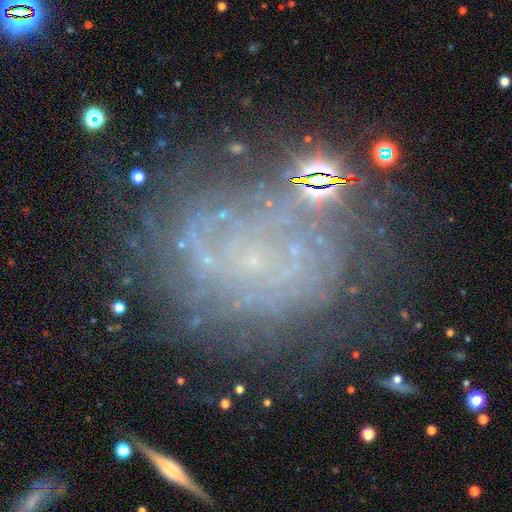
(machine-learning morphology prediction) Smooth or featured?
  - featured or disk: 60% *
  - star or artifact: 21%
  - smooth: 19%
Edge-on disk?
  - no: 97% *
  - yes: 3%
Bar?
  - no: 88% *
  - weak: 9%
  - strong: 3%
Spiral arms?
  - yes: 51% *
  - no: 49%
Bulge size?
  - small: 49% *
  - none: 44%
  - moderate: 4%
  - large: 1%
  - dominant: 1%
Merging?
  - none: 55% *
  - minor disturbance: 19%
  - major disturbance: 19%
  - merger: 7%